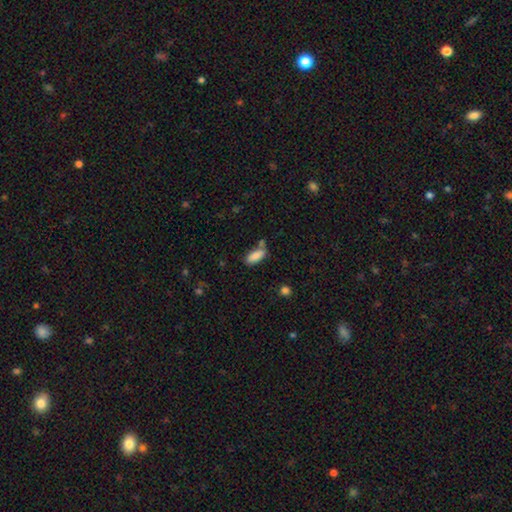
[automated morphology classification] A smooth galaxy with no disk features (86%) that is in between round and cigar-shaped (79%). Merging: none (62%).